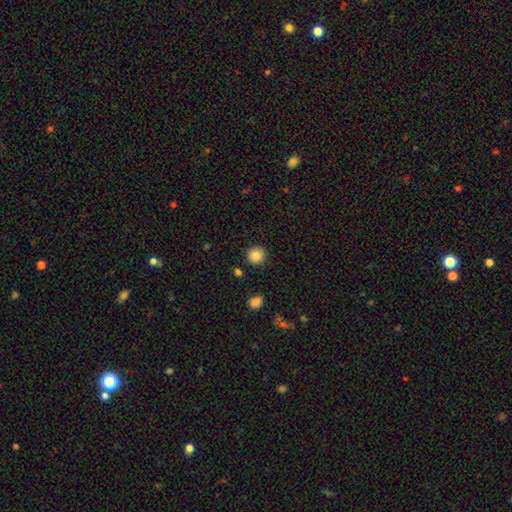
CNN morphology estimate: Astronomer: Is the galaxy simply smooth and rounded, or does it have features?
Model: smooth — 86%.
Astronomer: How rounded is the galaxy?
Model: round — 93%.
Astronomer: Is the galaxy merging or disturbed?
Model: none — 90%.